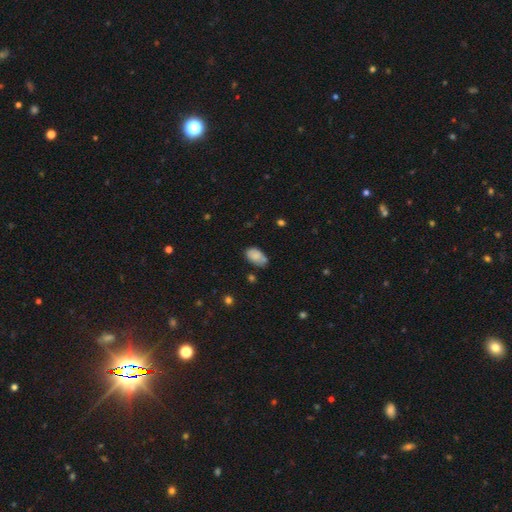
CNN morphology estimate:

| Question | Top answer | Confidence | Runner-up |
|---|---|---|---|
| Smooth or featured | smooth | 79% | featured or disk (12%) |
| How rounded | in between | 92% | round (7%) |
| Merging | none | 57% | minor disturbance (28%) |